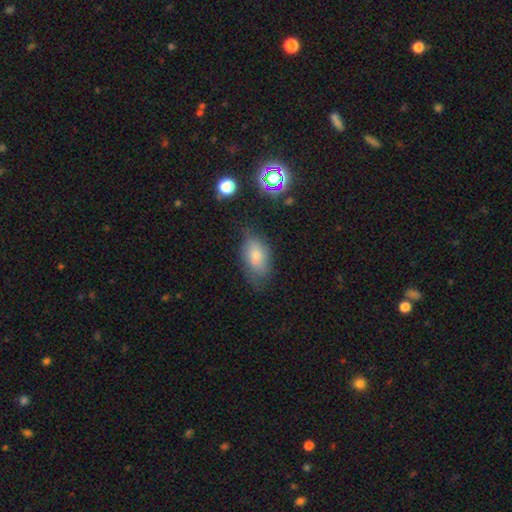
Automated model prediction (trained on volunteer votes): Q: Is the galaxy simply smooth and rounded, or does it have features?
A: smooth — 72%.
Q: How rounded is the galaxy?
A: in between — 90%.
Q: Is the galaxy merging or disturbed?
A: none — 67%.